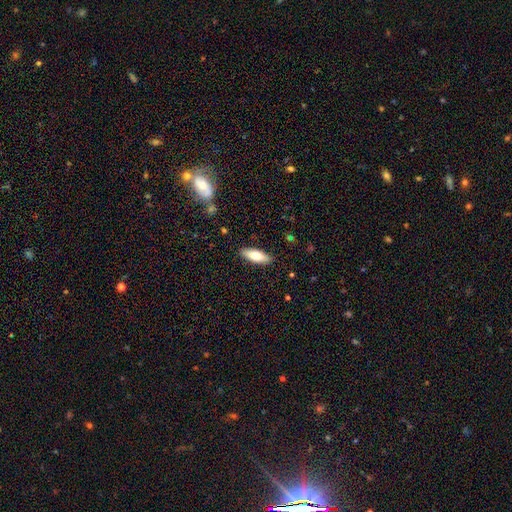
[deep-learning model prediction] Smooth or featured? smooth (71%)
How rounded? in between (64%)
Merging? none (89%)